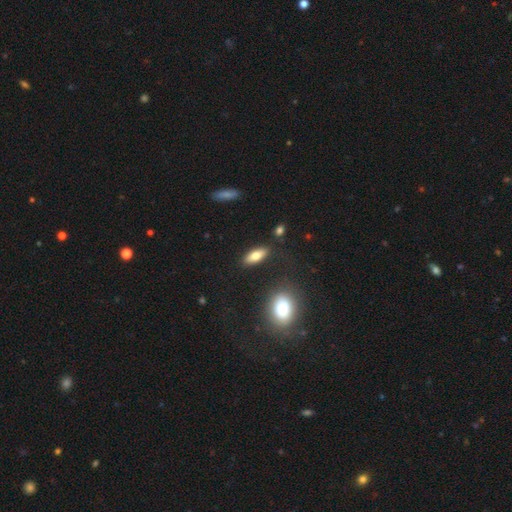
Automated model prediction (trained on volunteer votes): This is likely a smooth galaxy (75%). How rounded: likely in between (75%). Merging: clearly none (84%).